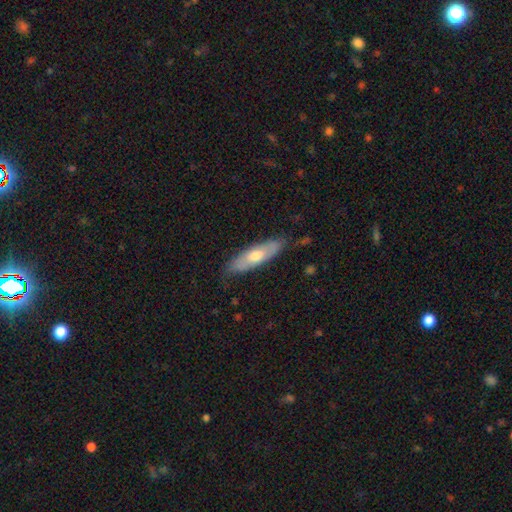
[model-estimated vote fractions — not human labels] smooth 57%, featured or disk 38%, star or artifact 5%. Down the decision tree: how rounded — cigar-shaped (51%); merging — none (77%).